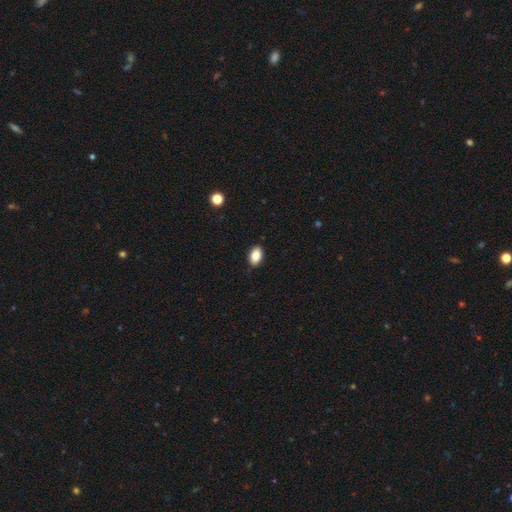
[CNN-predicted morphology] Smooth or featured: smooth — 86% (star or artifact — 8%)
How rounded: in between — 90% (round — 8%)
Merging: none — 89% (minor disturbance — 8%)